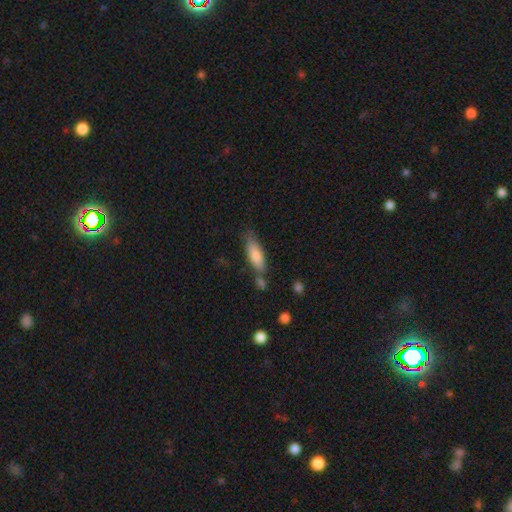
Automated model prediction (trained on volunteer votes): smooth 76%, featured or disk 17%, star or artifact 6%. Down the decision tree: how rounded — in between (52%); merging — none (63%).